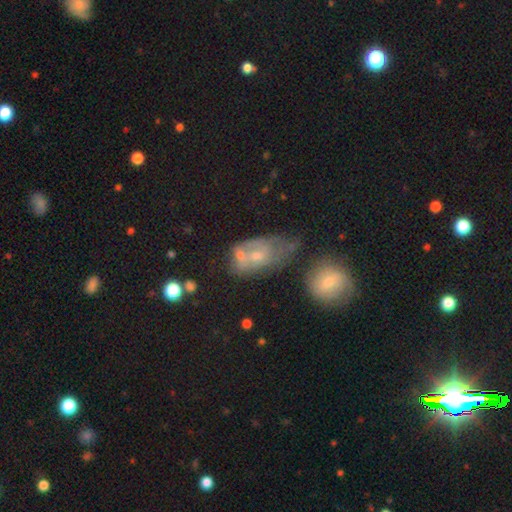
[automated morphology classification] Overall: featured or disk (45%; smooth 43%). Merging: merger (33%; major disturbance 24%).